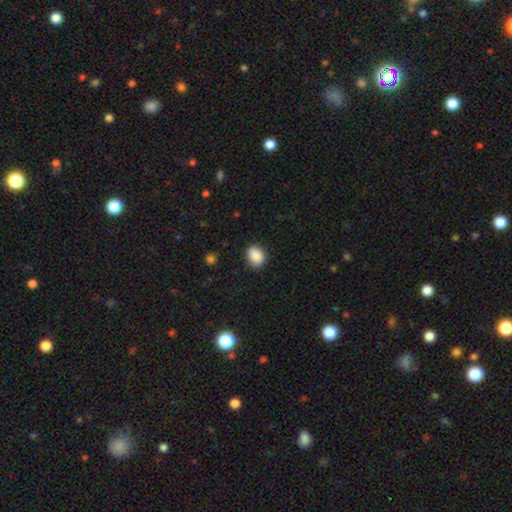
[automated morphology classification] This appears to be a smooth galaxy with no disk features (88%) that is in between round and cigar-shaped (61%). Merging: none (84%).